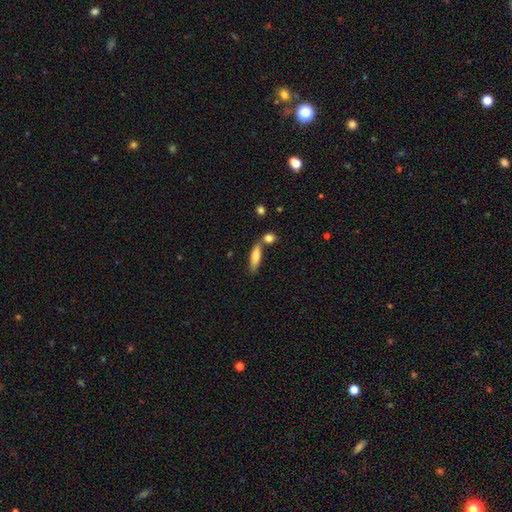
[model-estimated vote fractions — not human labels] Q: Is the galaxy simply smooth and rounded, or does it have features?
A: smooth — 77%.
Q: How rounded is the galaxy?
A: cigar-shaped — 56%.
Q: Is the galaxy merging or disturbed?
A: none — 62%.